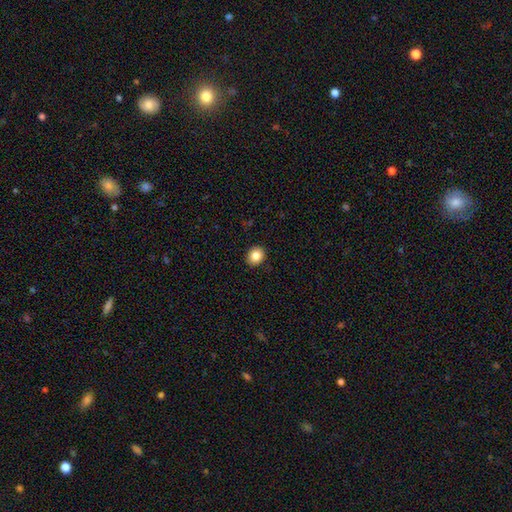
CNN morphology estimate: smooth 85%, star or artifact 9%, featured or disk 5%. Down the decision tree: how rounded — round (66%); merging — none (91%).